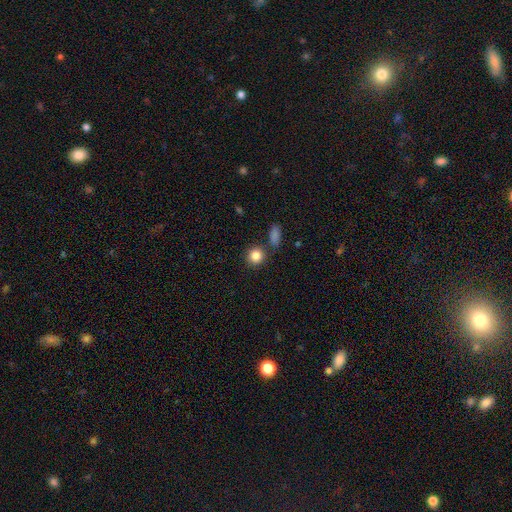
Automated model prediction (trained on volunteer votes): Smooth or featured?
  - smooth: 85% *
  - star or artifact: 10%
  - featured or disk: 5%
How rounded?
  - round: 87% *
  - in between: 12%
  - cigar-shaped: 1%
Merging?
  - none: 77% *
  - minor disturbance: 10%
  - merger: 9%
  - major disturbance: 3%